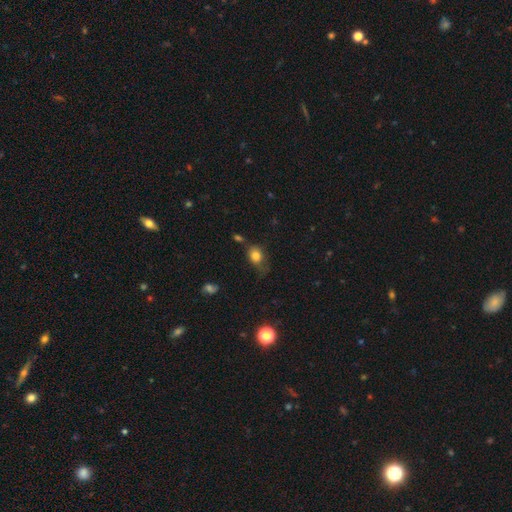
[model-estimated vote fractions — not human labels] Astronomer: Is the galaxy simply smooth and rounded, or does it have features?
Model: smooth — 80%.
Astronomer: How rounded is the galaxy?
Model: in between — 58% (runner-up: round, 40%).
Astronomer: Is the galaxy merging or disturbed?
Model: none — 52% (runner-up: minor disturbance, 30%).